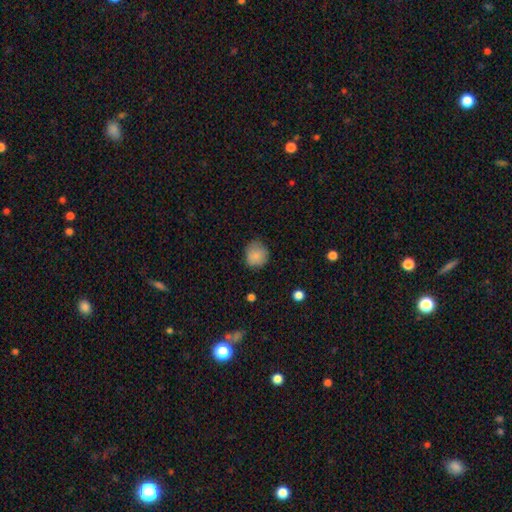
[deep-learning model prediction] This is clearly a smooth galaxy (85%). How rounded: clearly round (85%). Merging: likely none (73%).